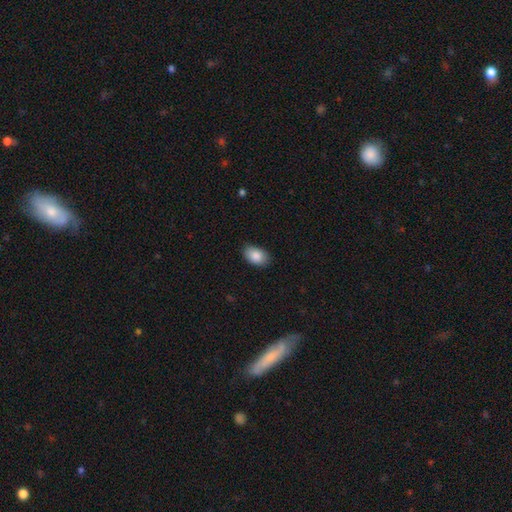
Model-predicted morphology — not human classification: type=smooth (88%); roundness=in between (90%); merging=none (83%).